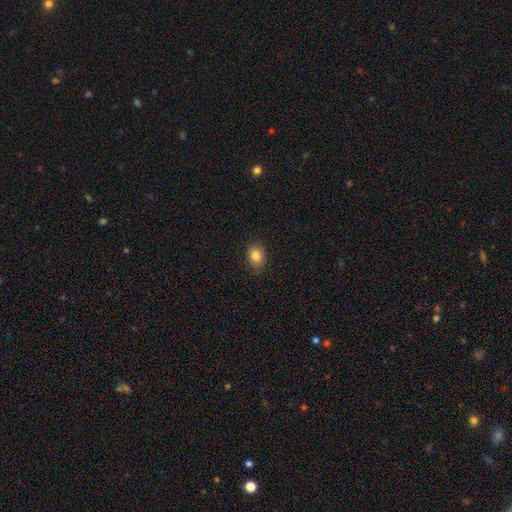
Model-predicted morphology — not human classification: Q: Smooth or featured?
A: smooth (83%); runner-up: star or artifact (10%)
Q: How rounded?
A: in between (60%); runner-up: round (39%)
Q: Merging?
A: none (88%); runner-up: minor disturbance (9%)